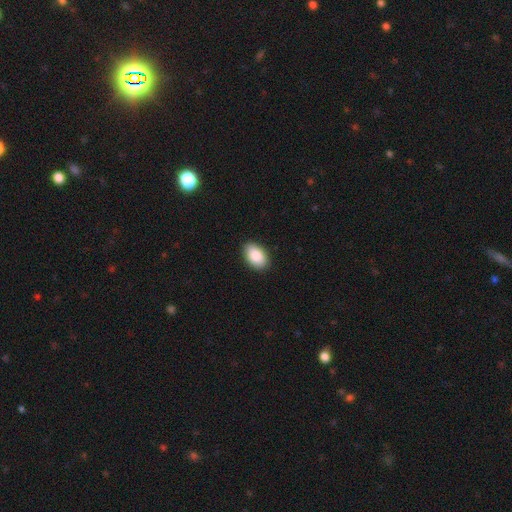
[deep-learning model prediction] This is clearly a smooth galaxy (89%). How rounded: clearly in between (92%). Merging: clearly none (89%).